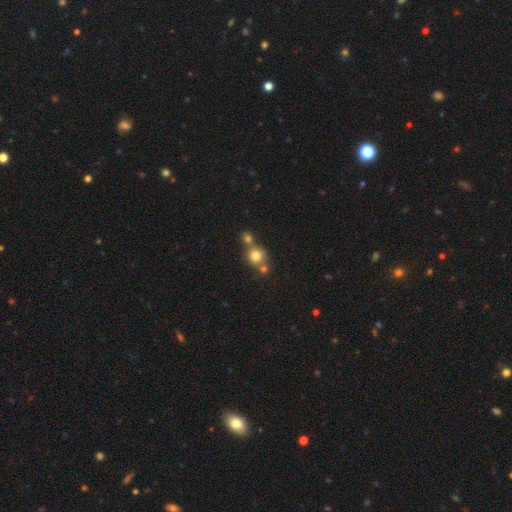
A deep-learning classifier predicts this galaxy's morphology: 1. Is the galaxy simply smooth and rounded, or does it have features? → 77% smooth, 13% star or artifact, 10% featured or disk.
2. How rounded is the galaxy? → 87% round, 12% in between, 1% cigar-shaped.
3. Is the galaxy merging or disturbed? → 50% none, 39% merger, 8% minor disturbance, 3% major disturbance.